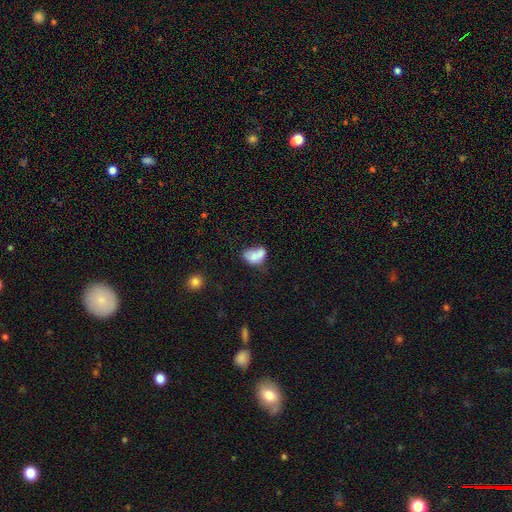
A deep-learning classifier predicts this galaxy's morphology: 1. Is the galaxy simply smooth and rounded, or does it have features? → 70% smooth, 20% featured or disk, 9% star or artifact.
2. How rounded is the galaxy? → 78% in between, 20% round, 2% cigar-shaped.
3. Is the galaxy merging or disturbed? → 44% merger, 25% none, 19% minor disturbance, 12% major disturbance.